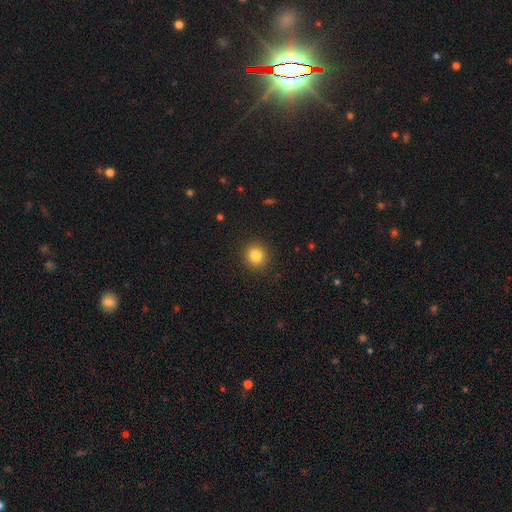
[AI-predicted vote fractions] Smooth or featured: smooth — 84% (star or artifact — 11%)
How rounded: round — 88% (in between — 11%)
Merging: none — 91% (minor disturbance — 6%)